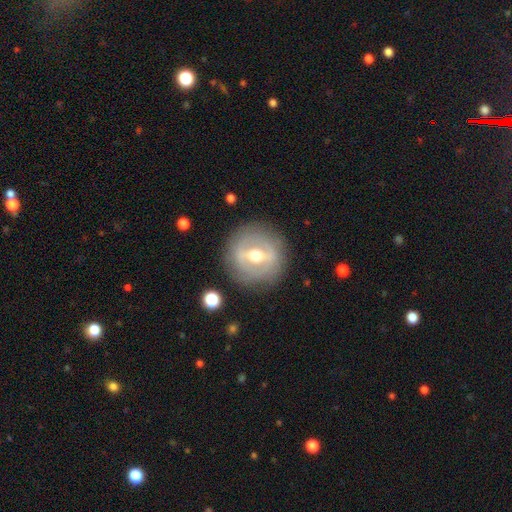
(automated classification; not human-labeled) smooth-or-featured: featured or disk: 70% | smooth: 23% | star or artifact: 6%
  disk-edge-on: no: 91% | yes: 9%
    bar: strong: 50% | weak: 36% | no: 14%
    has-spiral-arms: no: 67% | yes: 33%
    bulge-size: moderate: 76% | small: 13% | large: 9% | dominant: 1% | none: 1%
  merging: none: 82% | minor disturbance: 11% | major disturbance: 5% | merger: 1%